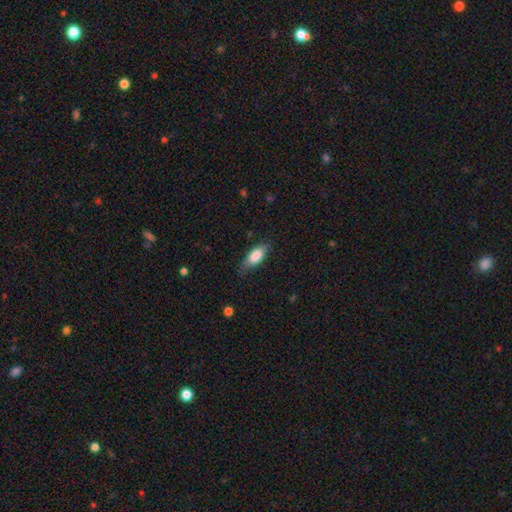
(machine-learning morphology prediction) Smooth or featured? smooth (80%)
How rounded? in between (79%)
Merging? none (70%)